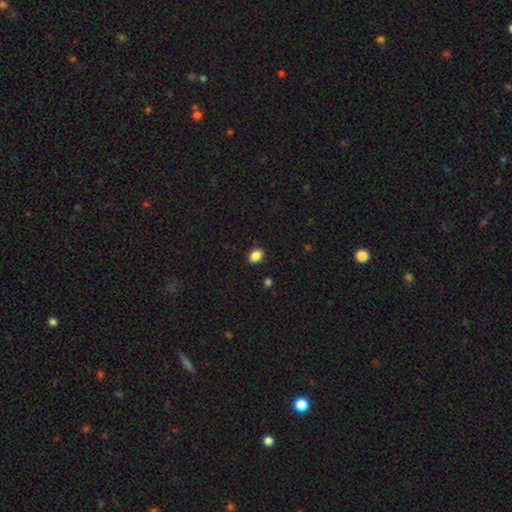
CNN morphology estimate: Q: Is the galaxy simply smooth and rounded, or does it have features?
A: smooth — 87%.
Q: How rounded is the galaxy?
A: in between — 59%.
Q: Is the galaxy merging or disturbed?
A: none — 89%.